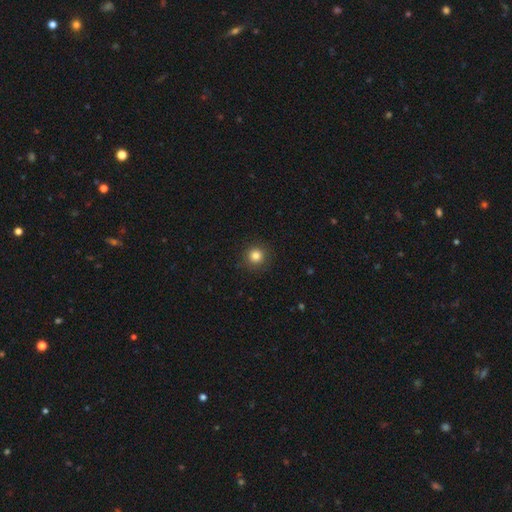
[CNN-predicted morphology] This appears to be a smooth galaxy with no disk features (83%) that is round (95%). Merging: none (91%).